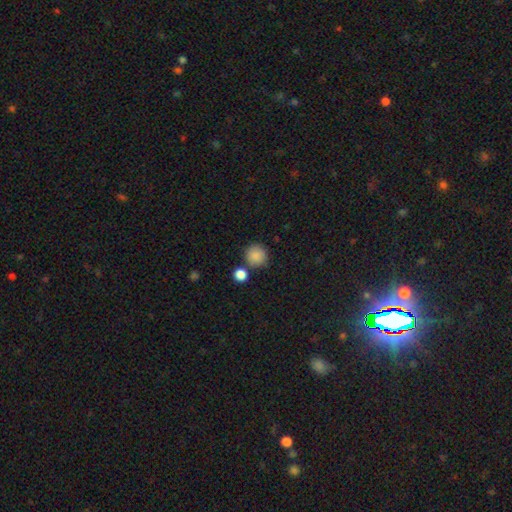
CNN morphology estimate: smooth-or-featured: smooth: 87% | star or artifact: 9% | featured or disk: 4%
  how-rounded: round: 94% | in between: 5% | cigar-shaped: 1%
  merging: none: 77% | merger: 11% | minor disturbance: 9% | major disturbance: 3%